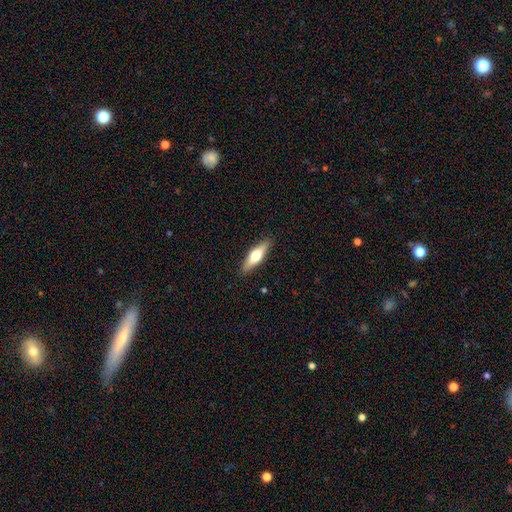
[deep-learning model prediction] The model was most divided on "smooth or featured": smooth: 54%, featured or disk: 40%, star or artifact: 6%. More confident: merging — none (89%); how rounded — cigar-shaped (58%).